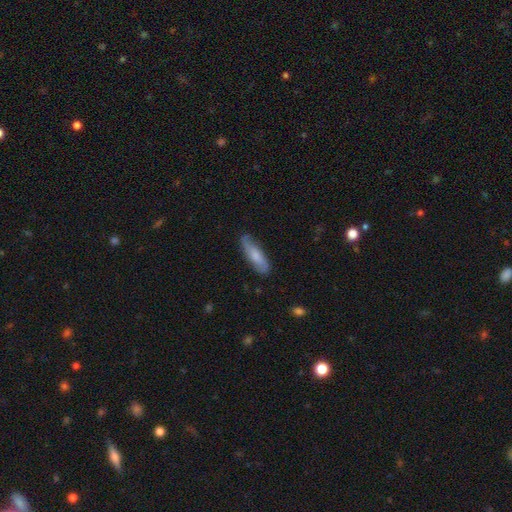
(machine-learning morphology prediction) smooth 62%, featured or disk 32%, star or artifact 6%. Down the decision tree: how rounded — cigar-shaped (56%); merging — none (76%).